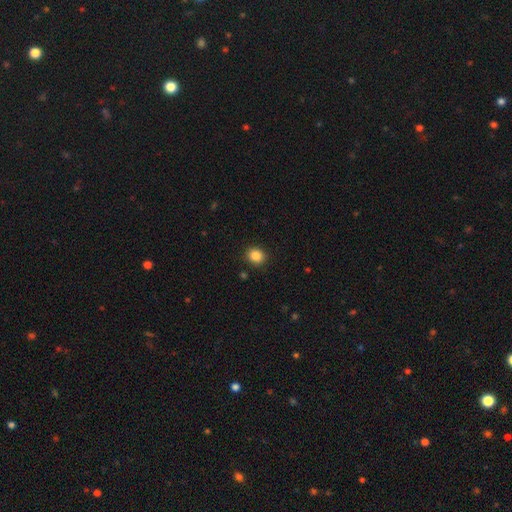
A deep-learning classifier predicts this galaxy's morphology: A smooth galaxy with no disk features (86%) that is round (70%). Merging: none (91%).